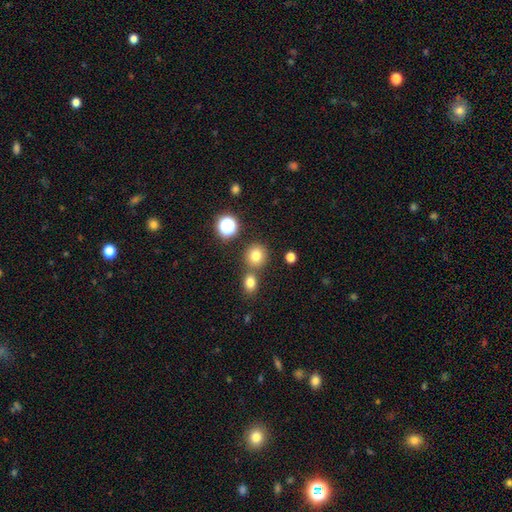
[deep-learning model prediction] Smooth or featured?
  - smooth: 77% *
  - star or artifact: 16%
  - featured or disk: 8%
How rounded?
  - round: 87% *
  - in between: 12%
  - cigar-shaped: 1%
Merging?
  - none: 71% *
  - merger: 18%
  - minor disturbance: 8%
  - major disturbance: 3%